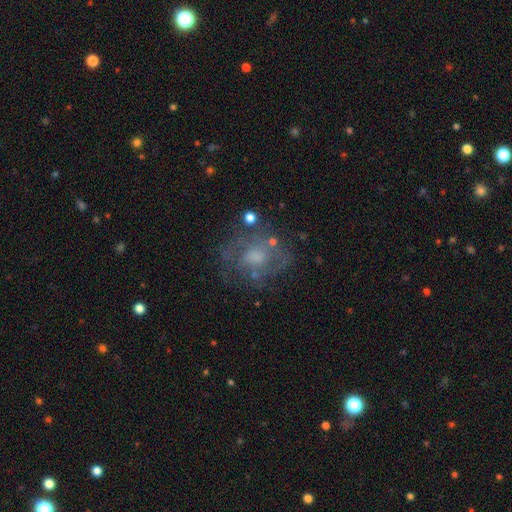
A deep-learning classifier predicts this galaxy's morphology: Smooth or featured?
  - featured or disk: 63% *
  - smooth: 24%
  - star or artifact: 13%
Edge-on disk?
  - no: 97% *
  - yes: 3%
Bar?
  - no: 75% *
  - weak: 22%
  - strong: 4%
Spiral arms?
  - yes: 59% *
  - no: 41%
Bulge size?
  - moderate: 41% *
  - small: 24%
  - none: 20%
  - large: 12%
  - dominant: 2%
Merging?
  - none: 65% *
  - minor disturbance: 17%
  - major disturbance: 15%
  - merger: 4%